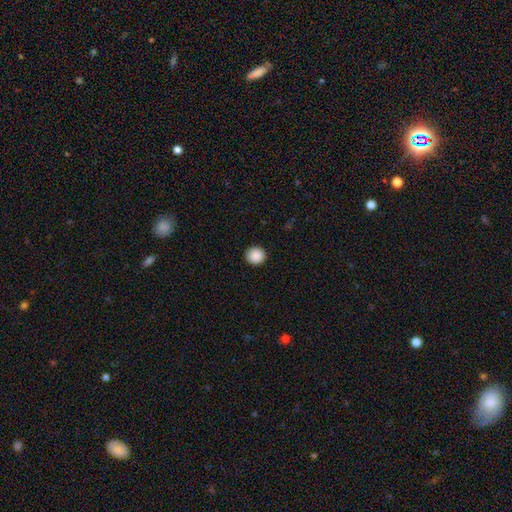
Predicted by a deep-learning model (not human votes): Smooth or featured? smooth (89%)
How rounded? round (87%)
Merging? none (92%)